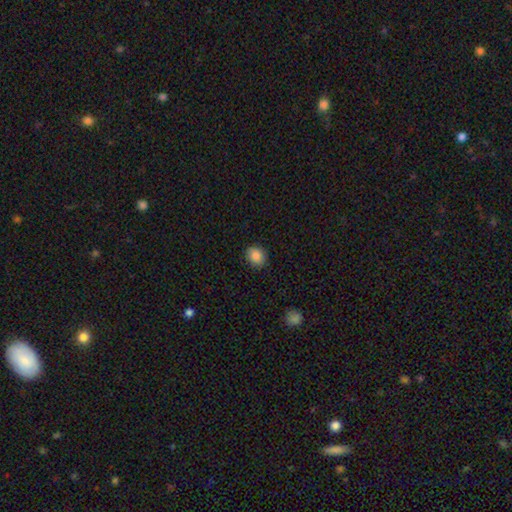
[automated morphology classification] A smooth galaxy with no disk features (87%) that is round (72%). Merging: none (87%).